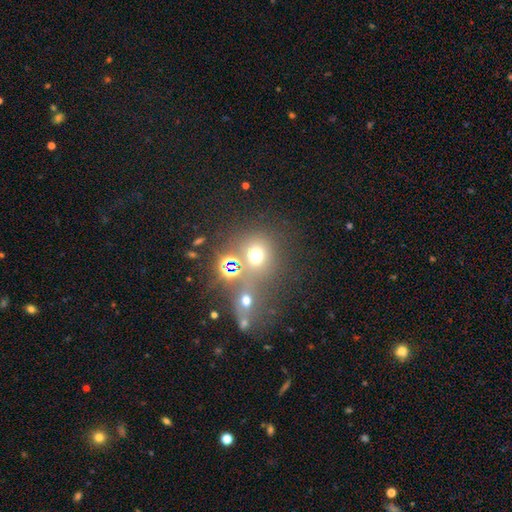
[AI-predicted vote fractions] Overall: smooth (58%; star or artifact 32%). How rounded: round (81%). Merging: none (59%; merger 26%).